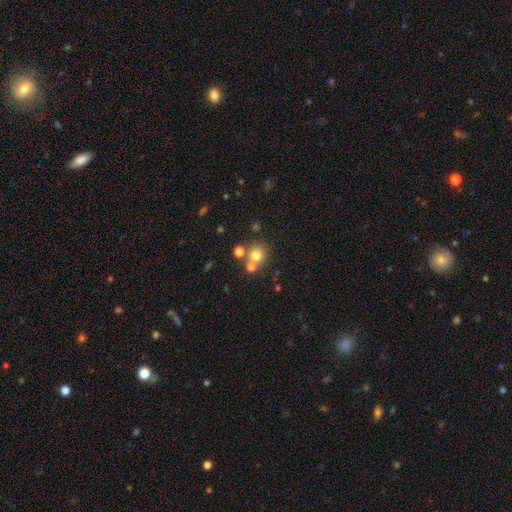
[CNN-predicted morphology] smooth 73%, star or artifact 16%, featured or disk 11%. Down the decision tree: how rounded — round (89%); merging — none (62%).